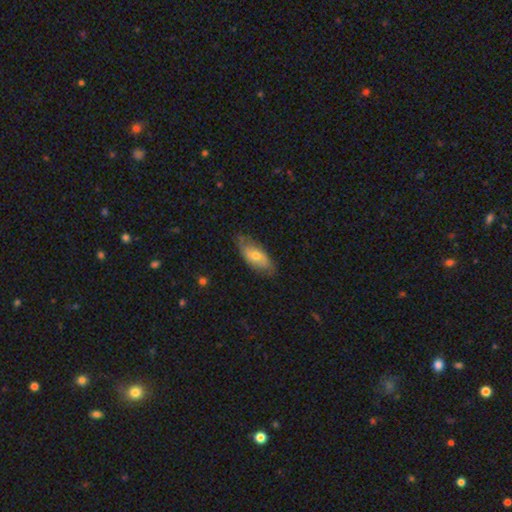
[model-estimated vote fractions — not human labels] Overall: smooth (51%; featured or disk 42%). How rounded: in between (84%). Merging: none (72%).